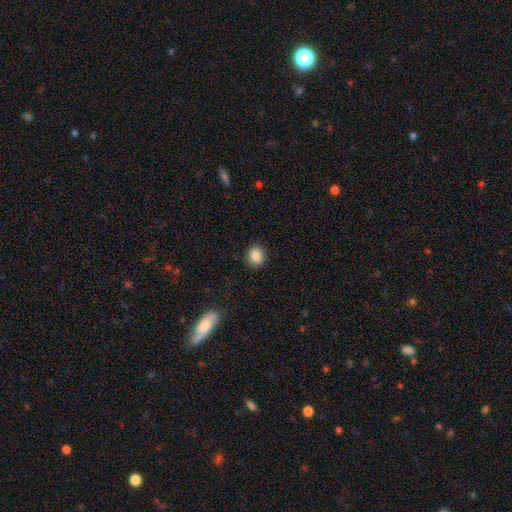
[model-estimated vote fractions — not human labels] A smooth galaxy with no disk features (86%) that is round (60%). Merging: none (89%).